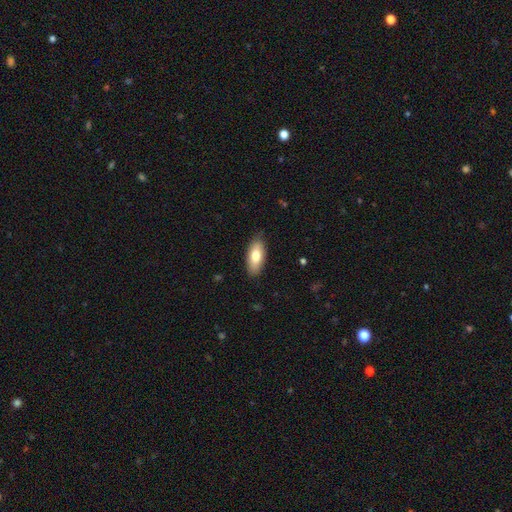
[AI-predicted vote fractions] A smooth galaxy with no disk features (77%) that is in between round and cigar-shaped (85%).

Vote fractions:
- Smooth or featured? smooth: 77% / featured or disk: 17% / star or artifact: 6%
- How rounded? in between: 85% / cigar-shaped: 12% / round: 2%
- Merging? none: 87% / minor disturbance: 10% / major disturbance: 2% / merger: 1%